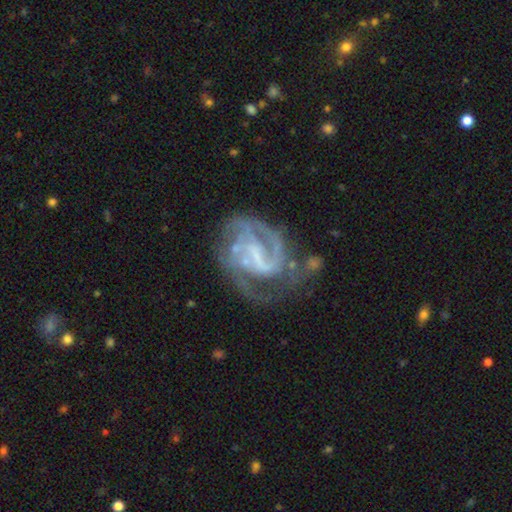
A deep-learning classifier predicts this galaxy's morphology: The model was most divided on "spiral winding": medium: 44%, tight: 41%, loose: 14%. Remaining: edge-on disk — no (98%); spiral arms — yes (90%); smooth or featured — featured or disk (85%); bulge size — none (49%); merging — none (46%); bar — weak (44%); spiral arm count — 2 (41%).